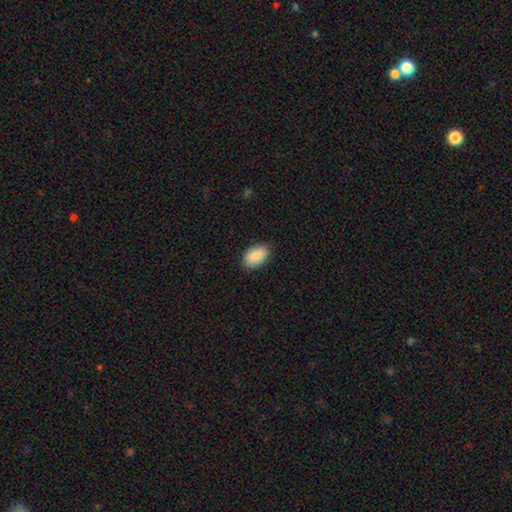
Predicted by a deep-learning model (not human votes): The model was most divided on "merging": none: 88%, minor disturbance: 9%, major disturbance: 2%, merger: 1%. More confident: how rounded — in between (92%); smooth or featured — smooth (87%).